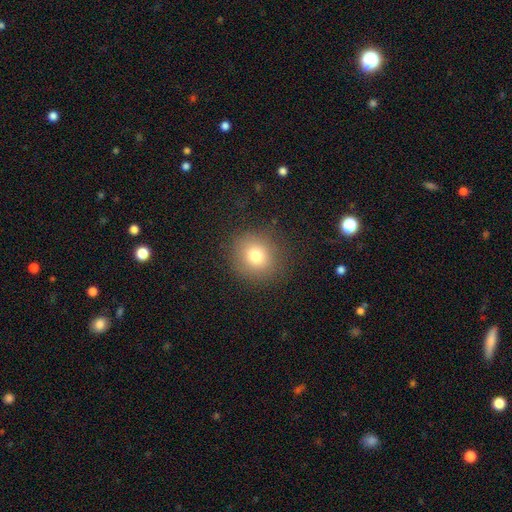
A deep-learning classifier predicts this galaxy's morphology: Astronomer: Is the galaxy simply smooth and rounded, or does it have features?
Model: smooth — 77%.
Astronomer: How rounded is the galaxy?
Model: round — 87%.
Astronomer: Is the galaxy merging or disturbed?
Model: none — 87%.